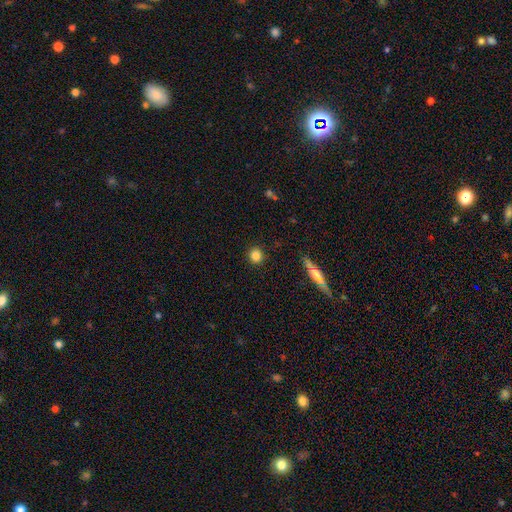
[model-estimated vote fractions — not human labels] Smooth or featured? Predicted: smooth (p=0.83). How rounded? Predicted: round (p=0.91). Merging? Predicted: none (p=0.90).